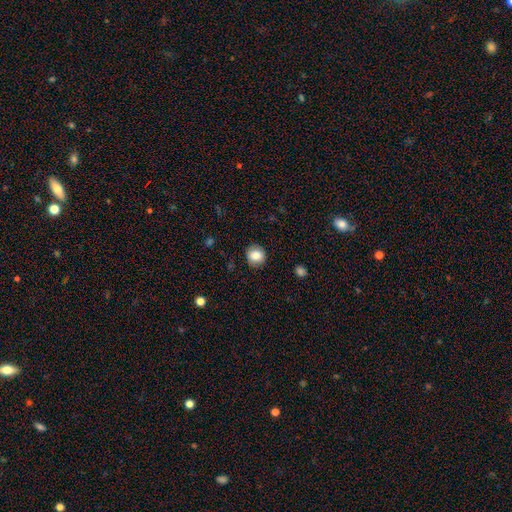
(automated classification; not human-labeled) Smooth or featured: smooth — 82% (star or artifact — 9%)
How rounded: round — 85% (in between — 14%)
Merging: none — 88% (minor disturbance — 9%)